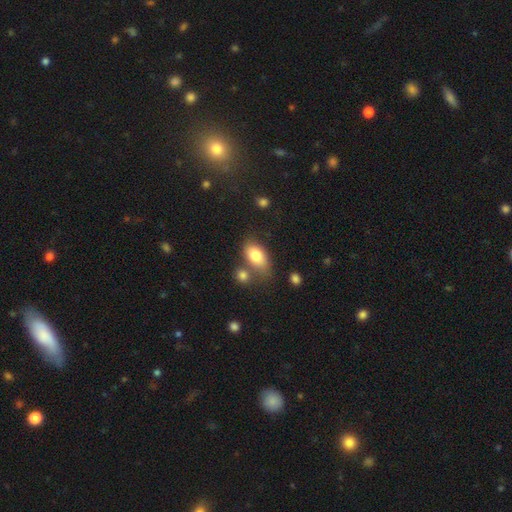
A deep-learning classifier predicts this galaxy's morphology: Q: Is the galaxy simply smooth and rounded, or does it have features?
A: smooth — 80%.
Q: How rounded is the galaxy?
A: in between — 90%.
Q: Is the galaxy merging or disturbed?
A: none — 55%.